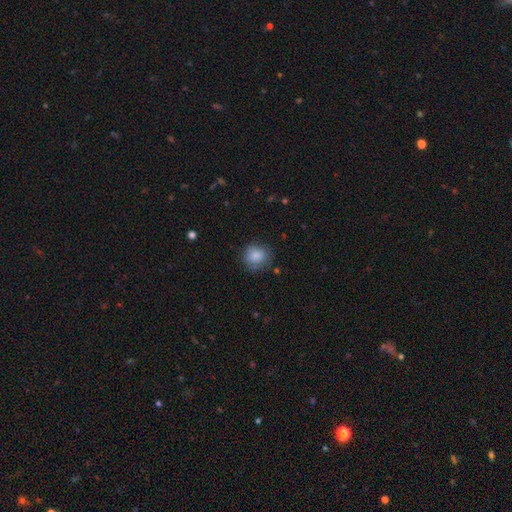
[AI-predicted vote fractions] A smooth galaxy with no disk features (85%) that is round (83%).

Vote fractions:
- Smooth or featured? smooth: 85% / star or artifact: 9% / featured or disk: 7%
- How rounded? round: 83% / in between: 16% / cigar-shaped: 1%
- Merging? none: 74% / minor disturbance: 19% / major disturbance: 5% / merger: 2%